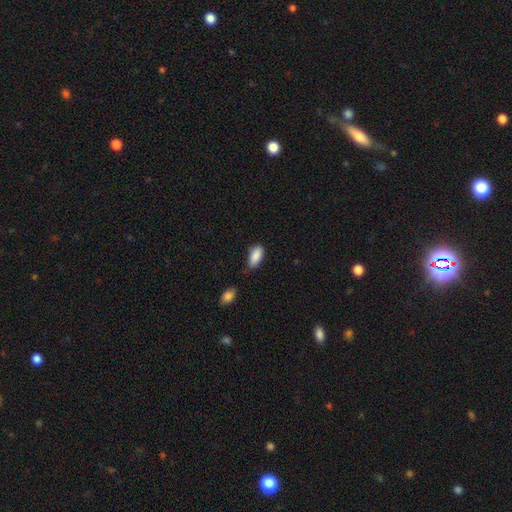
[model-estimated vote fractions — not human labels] This is clearly a smooth galaxy (89%). How rounded: clearly in between (90%). Merging: likely none (63%).